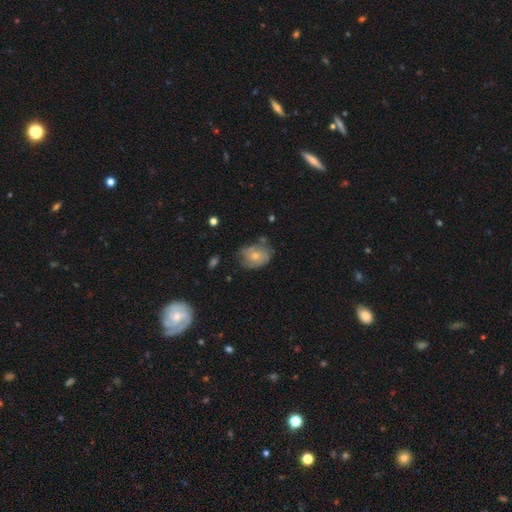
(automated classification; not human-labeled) smooth_or_featured: smooth (p=0.57) [alt: featured or disk p=0.35]
how_rounded: in between (p=0.58) [alt: round p=0.41]
merging: none (p=0.52) [alt: minor disturbance p=0.32]